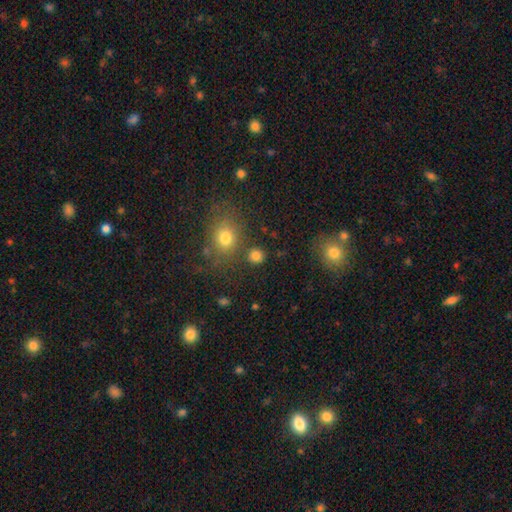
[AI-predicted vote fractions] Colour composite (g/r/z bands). It shows a smooth galaxy with no disk features (80%) that is round (86%). Merging: none (80%).